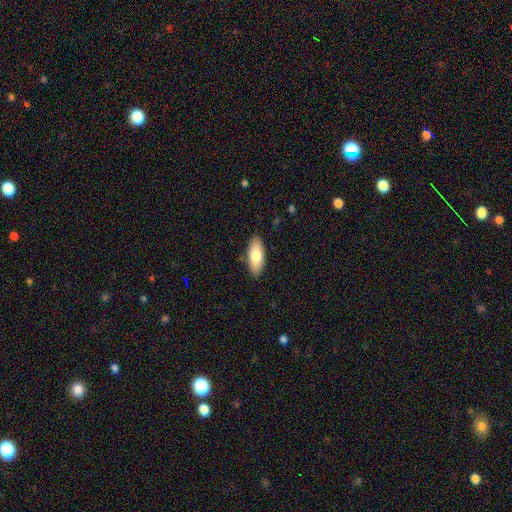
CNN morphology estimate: This is likely a smooth galaxy (78%). How rounded: clearly in between (83%). Merging: clearly none (87%).